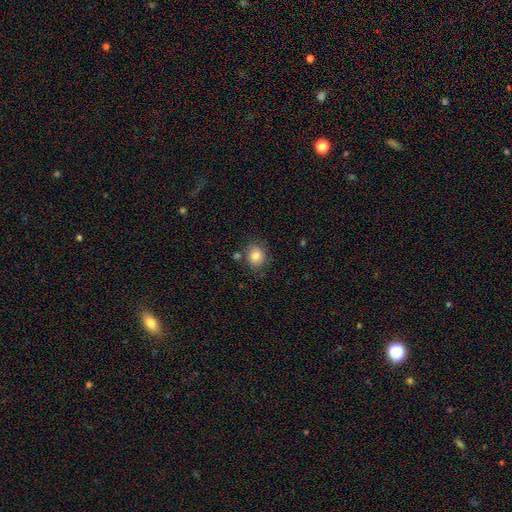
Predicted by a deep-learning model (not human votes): Smooth or featured: smooth — 81% (star or artifact — 10%)
How rounded: round — 72% (in between — 27%)
Merging: none — 76% (minor disturbance — 14%)